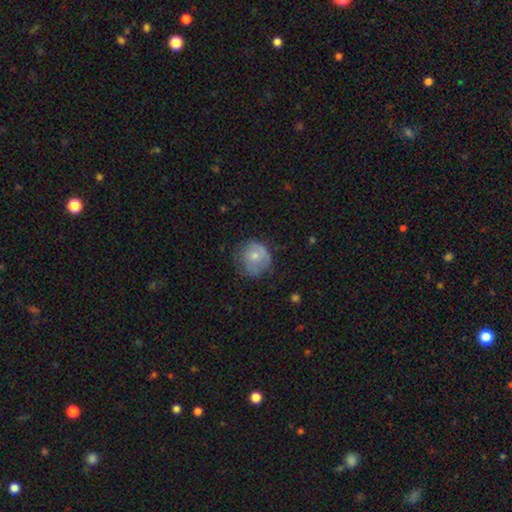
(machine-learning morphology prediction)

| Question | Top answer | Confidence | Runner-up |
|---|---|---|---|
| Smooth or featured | smooth | 57% | featured or disk (35%) |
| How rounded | round | 85% | in between (14%) |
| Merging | none | 57% | minor disturbance (27%) |